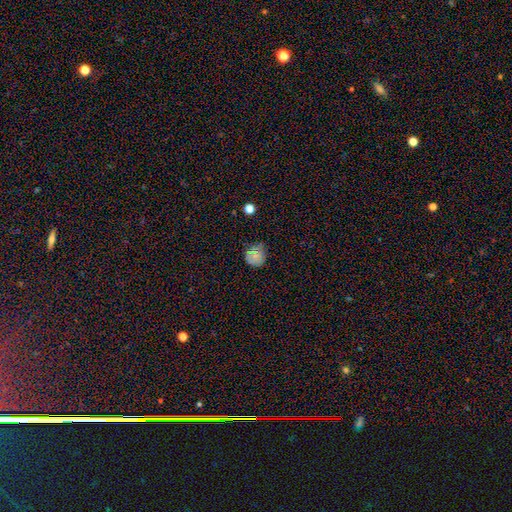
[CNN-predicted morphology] Overall: smooth (70%). How rounded: round (91%). Merging: none (78%).